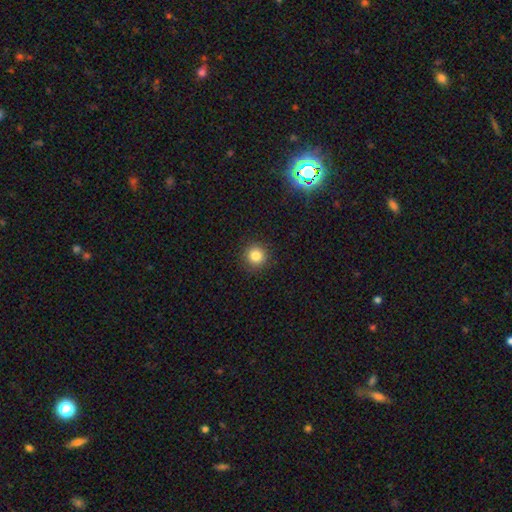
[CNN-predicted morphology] Smooth or featured: smooth — 84% (star or artifact — 11%)
How rounded: round — 95% (in between — 4%)
Merging: none — 92% (minor disturbance — 5%)